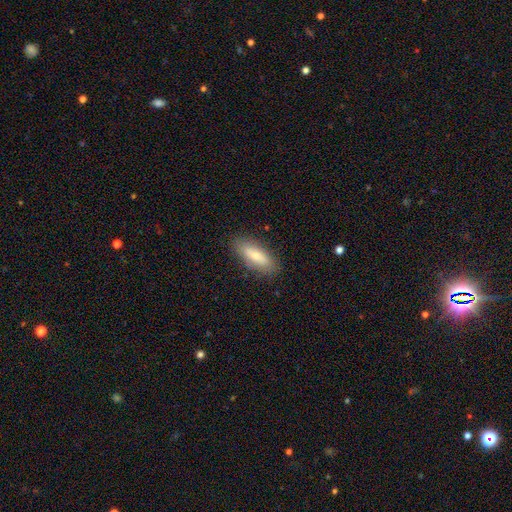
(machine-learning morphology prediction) Q: Smooth or featured?
A: smooth (74%); runner-up: featured or disk (20%)
Q: How rounded?
A: in between (65%); runner-up: cigar-shaped (33%)
Q: Merging?
A: none (85%); runner-up: minor disturbance (11%)